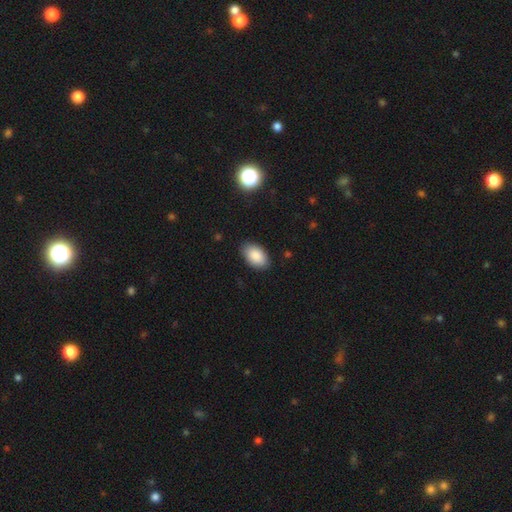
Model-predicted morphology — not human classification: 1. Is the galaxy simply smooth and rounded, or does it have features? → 88% smooth, 7% star or artifact, 5% featured or disk.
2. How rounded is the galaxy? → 93% in between, 5% round, 1% cigar-shaped.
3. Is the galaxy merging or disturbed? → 86% none, 10% minor disturbance, 2% major disturbance, 1% merger.